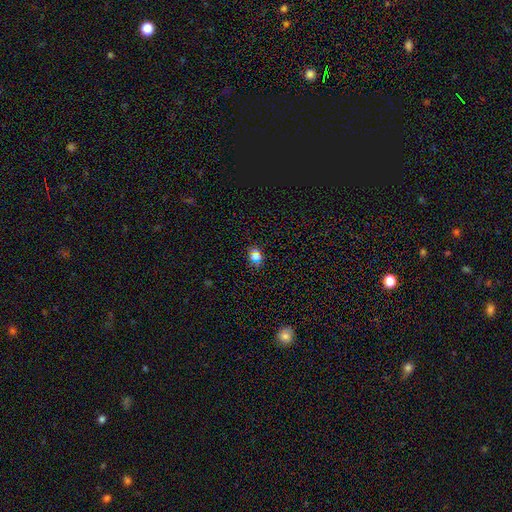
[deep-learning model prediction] Smooth or featured? smooth (50%)
Merging? none (84%)